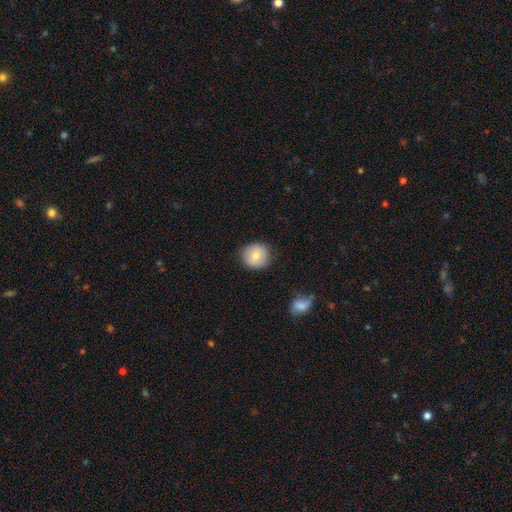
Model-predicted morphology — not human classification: smooth-or-featured: smooth: 77% | featured or disk: 15% | star or artifact: 8%
  how-rounded: round: 91% | in between: 8% | cigar-shaped: 1%
  merging: none: 88% | minor disturbance: 9% | major disturbance: 2% | merger: 1%